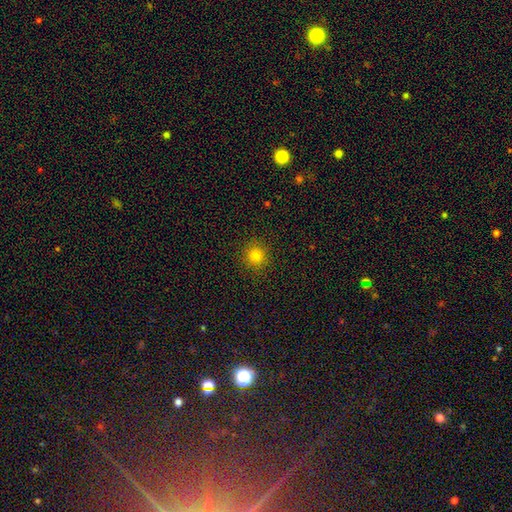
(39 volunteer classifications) A smooth galaxy with no disk features (87%) that is round (91%).

Vote fractions:
- Smooth or featured? smooth: 87% / star or artifact: 10% / featured or disk: 3%
- How rounded? round: 91% / in between: 9% / cigar-shaped: 0%
- Merging? none: 97% / minor disturbance: 3% / major disturbance: 0% / merger: 0%